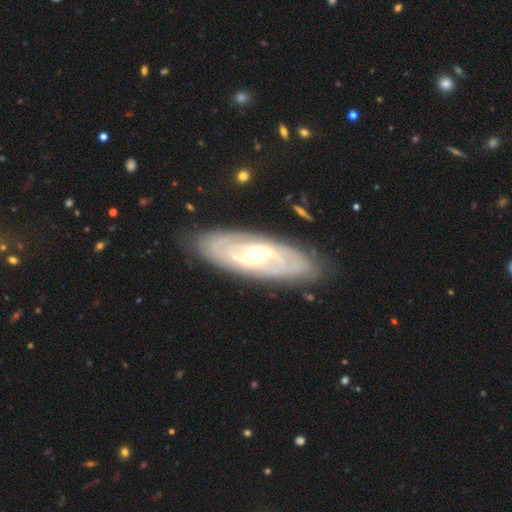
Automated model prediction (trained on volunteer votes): This appears to be a featured or disk galaxy (83%) with a weak bar (41%), 2 (40%) tight (66%) spiral arms (85%) and a moderate central bulge (67%). Merging: none (84%).